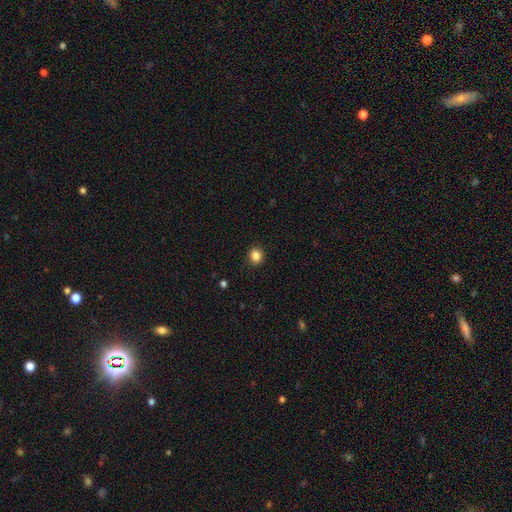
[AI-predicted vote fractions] Smooth or featured: smooth — 85% (star or artifact — 11%)
How rounded: round — 77% (in between — 22%)
Merging: none — 91% (minor disturbance — 6%)